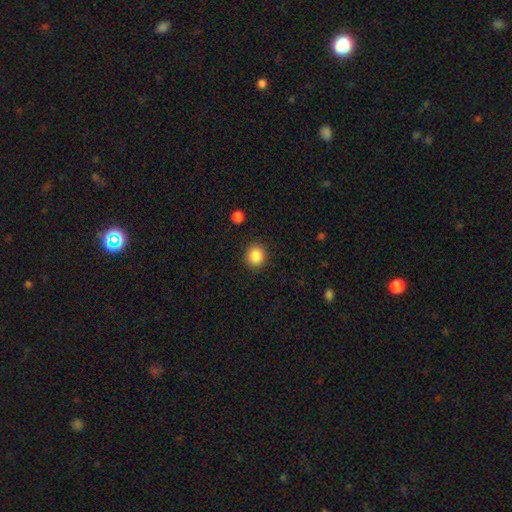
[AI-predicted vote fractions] smooth-or-featured: smooth: 87% | star or artifact: 10% | featured or disk: 4%
  how-rounded: round: 85% | in between: 14% | cigar-shaped: 1%
  merging: none: 89% | minor disturbance: 7% | major disturbance: 2% | merger: 2%